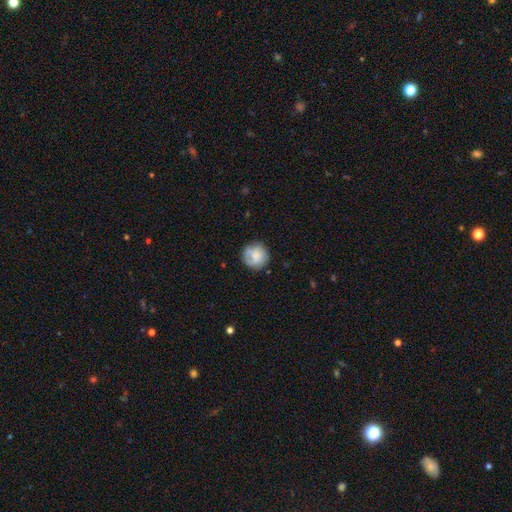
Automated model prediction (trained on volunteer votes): Smooth or featured: smooth — 69% (featured or disk — 24%)
How rounded: round — 92% (in between — 8%)
Merging: none — 75% (minor disturbance — 18%)